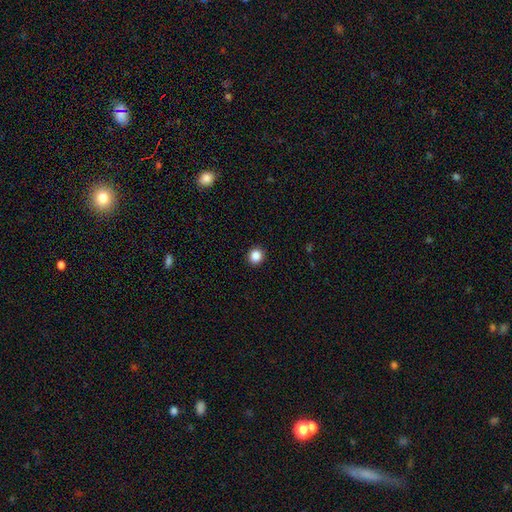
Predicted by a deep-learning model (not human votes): Smooth or featured? Predicted: smooth (p=0.86). How rounded? Predicted: round (p=0.89). Merging? Predicted: none (p=0.93).